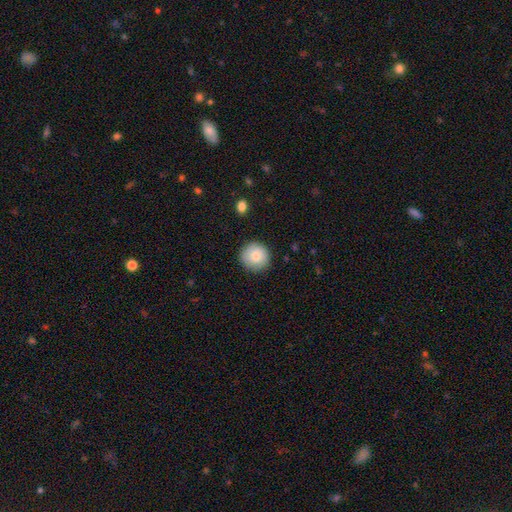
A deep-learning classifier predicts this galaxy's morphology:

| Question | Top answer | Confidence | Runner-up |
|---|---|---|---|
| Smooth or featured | smooth | 83% | featured or disk (9%) |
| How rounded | round | 95% | in between (4%) |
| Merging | none | 89% | minor disturbance (8%) |